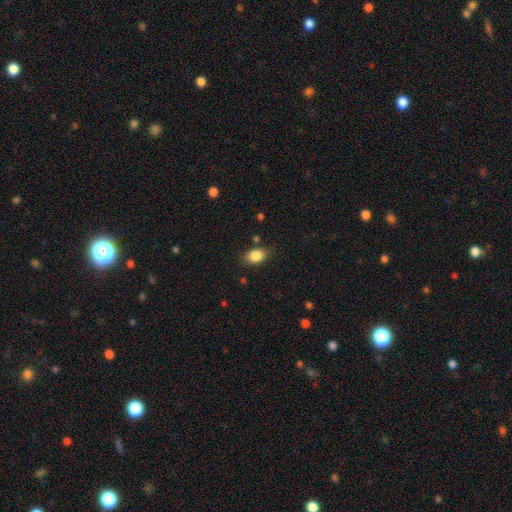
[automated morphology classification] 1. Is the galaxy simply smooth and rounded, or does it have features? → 85% smooth, 8% star or artifact, 7% featured or disk.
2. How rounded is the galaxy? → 81% in between, 17% round, 2% cigar-shaped.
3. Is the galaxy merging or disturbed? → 79% none, 15% minor disturbance, 4% major disturbance, 2% merger.